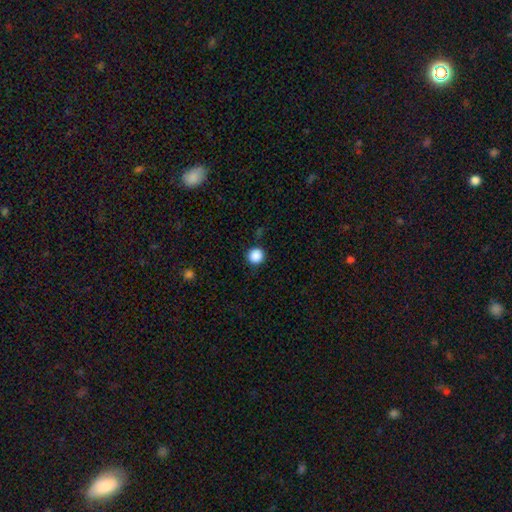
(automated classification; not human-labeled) A smooth galaxy with no disk features (88%) that is round (95%).

Vote fractions:
- Smooth or featured? smooth: 88% / star or artifact: 10% / featured or disk: 2%
- How rounded? round: 95% / in between: 4% / cigar-shaped: 1%
- Merging? none: 90% / minor disturbance: 6% / major disturbance: 2% / merger: 1%